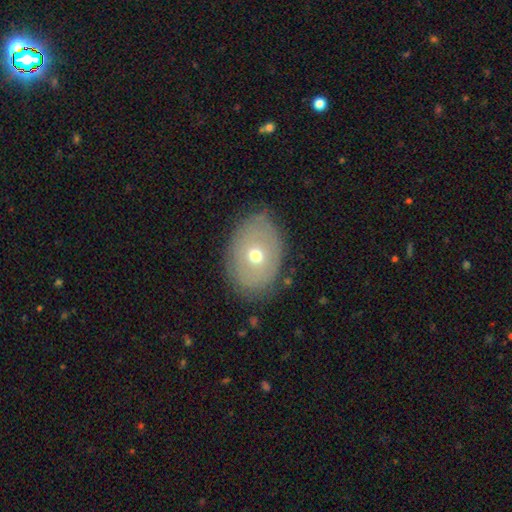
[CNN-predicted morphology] type=smooth (53%); roundness=in between (75%); merging=none (79%).